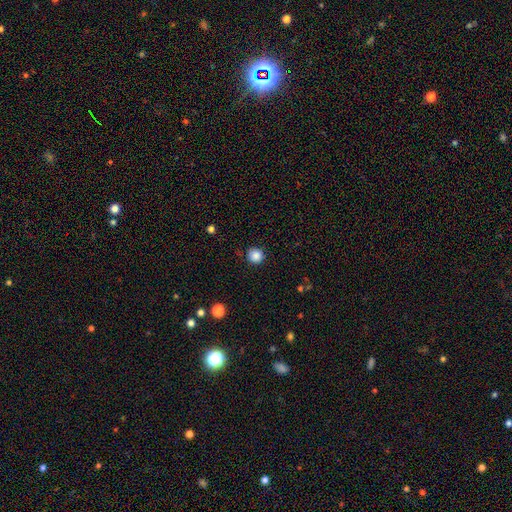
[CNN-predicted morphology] The model was most divided on "merging": none: 86%, minor disturbance: 11%, major disturbance: 2%, merger: 1%. More confident: how rounded — round (92%); smooth or featured — smooth (86%).